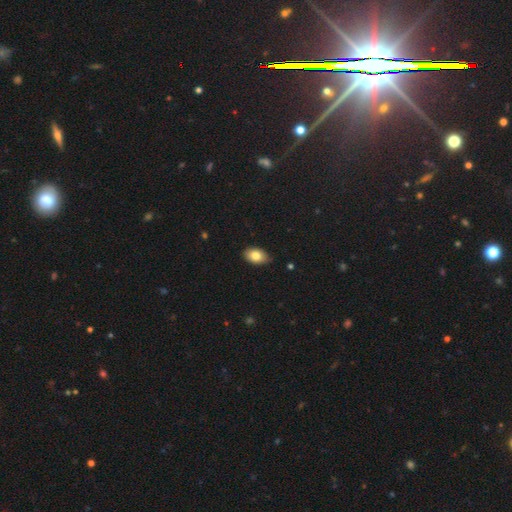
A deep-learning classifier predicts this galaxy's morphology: The model was most divided on "merging": none: 82%, minor disturbance: 15%, major disturbance: 2%, merger: 1%. More confident: how rounded — in between (89%); smooth or featured — smooth (81%).